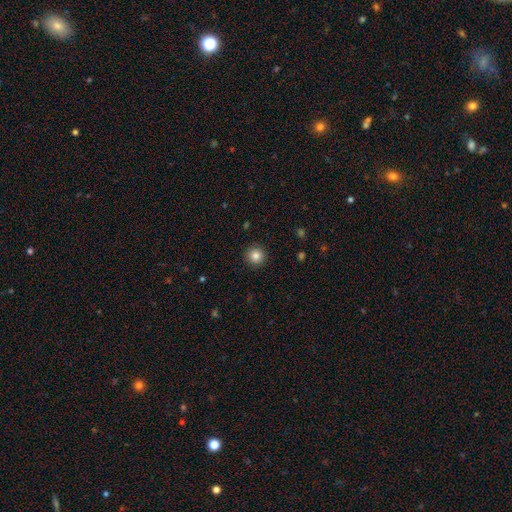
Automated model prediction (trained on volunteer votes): This is clearly a smooth galaxy (84%). How rounded: clearly round (95%). Merging: clearly none (93%).